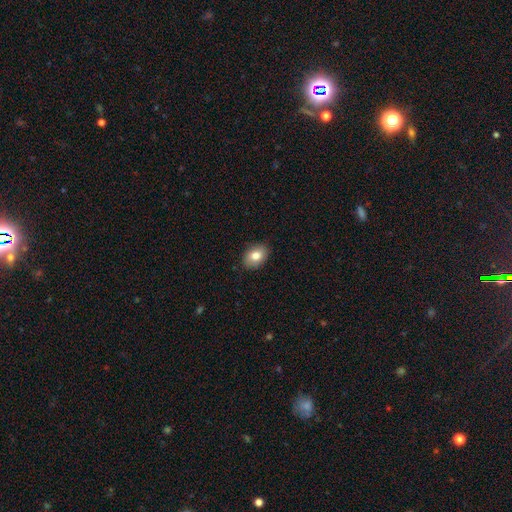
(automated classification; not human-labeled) A smooth galaxy with no disk features (81%) that is in between round and cigar-shaped (75%).

Vote fractions:
- Smooth or featured? smooth: 81% / featured or disk: 11% / star or artifact: 8%
- How rounded? in between: 75% / round: 24% / cigar-shaped: 1%
- Merging? none: 87% / minor disturbance: 10% / major disturbance: 2% / merger: 1%